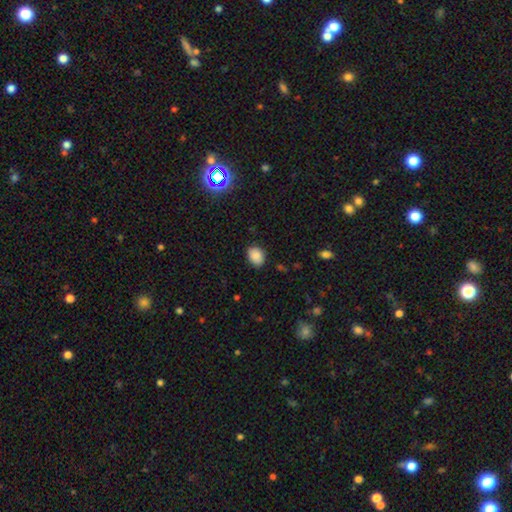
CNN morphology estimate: Q: Smooth or featured?
A: smooth (87%); runner-up: star or artifact (9%)
Q: How rounded?
A: in between (72%); runner-up: round (27%)
Q: Merging?
A: none (83%); runner-up: minor disturbance (14%)